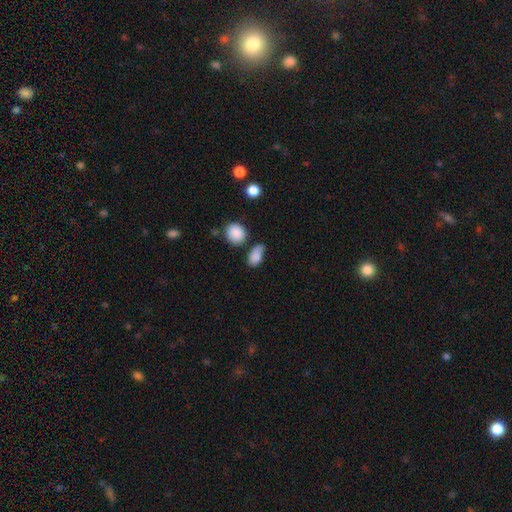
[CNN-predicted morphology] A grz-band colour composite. It shows a smooth galaxy with no disk features (85%) that is in between round and cigar-shaped (85%). Merging: none (49%).